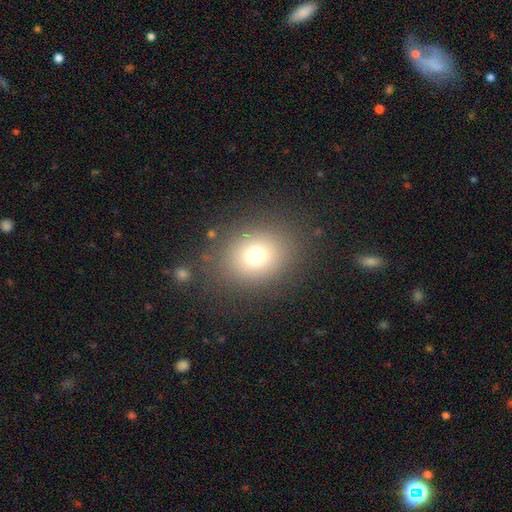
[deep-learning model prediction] This is likely a smooth galaxy (73%). How rounded: likely round (67%). Merging: clearly none (84%).